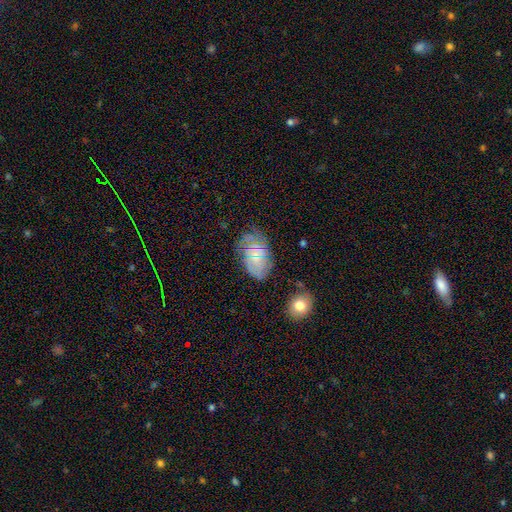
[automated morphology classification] Overall: featured or disk (53%; smooth 36%). Edge-on disk: no (96%). Bar: no (70%). Spiral arms: yes (77%). Bulge size: small (58%; moderate 19%). Merging: none (58%; minor disturbance 27%).